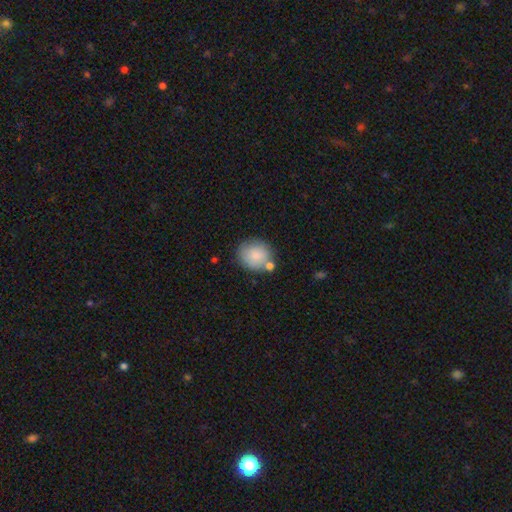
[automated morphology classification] Smooth or featured?
  - smooth: 83% *
  - featured or disk: 10%
  - star or artifact: 7%
How rounded?
  - round: 78% *
  - in between: 21%
  - cigar-shaped: 1%
Merging?
  - none: 65% *
  - minor disturbance: 15%
  - merger: 14%
  - major disturbance: 5%